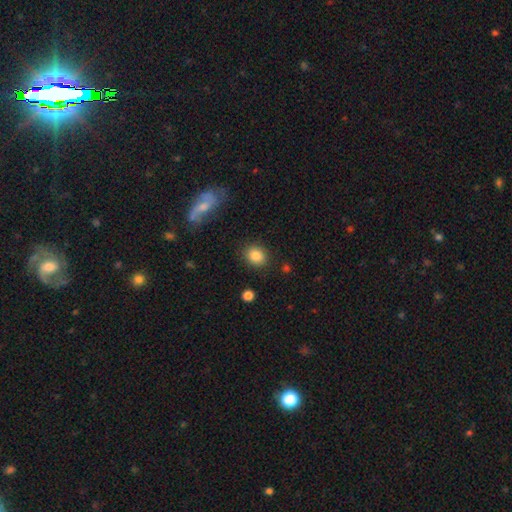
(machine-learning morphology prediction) A smooth galaxy with no disk features (85%) that is round (62%). Merging: none (86%).